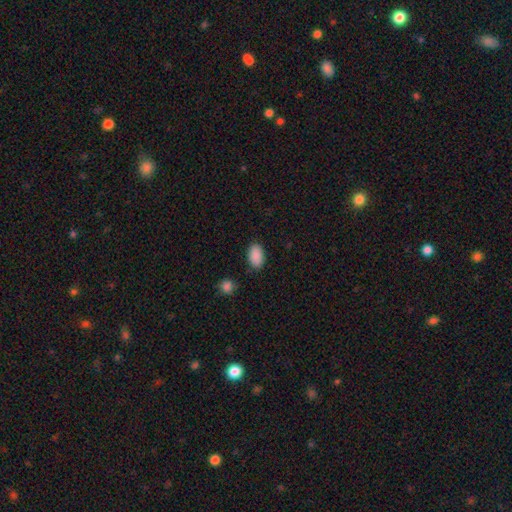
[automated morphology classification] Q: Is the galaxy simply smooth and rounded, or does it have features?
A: smooth — 90%.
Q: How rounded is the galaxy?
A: in between — 92%.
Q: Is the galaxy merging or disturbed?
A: none — 85%.